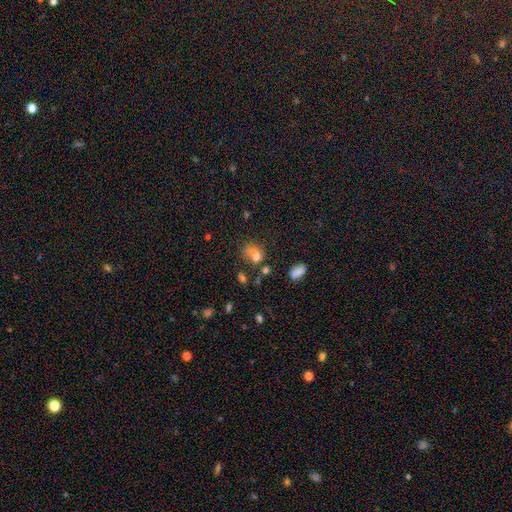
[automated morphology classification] Overall: smooth (68%). How rounded: in between (60%; round 38%). Merging: none (34%; major disturbance 23%).